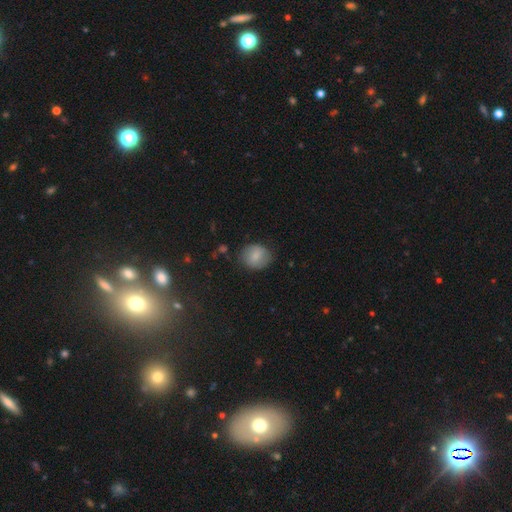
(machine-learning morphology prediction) type=smooth (78%); roundness=round (64%); merging=none (79%).